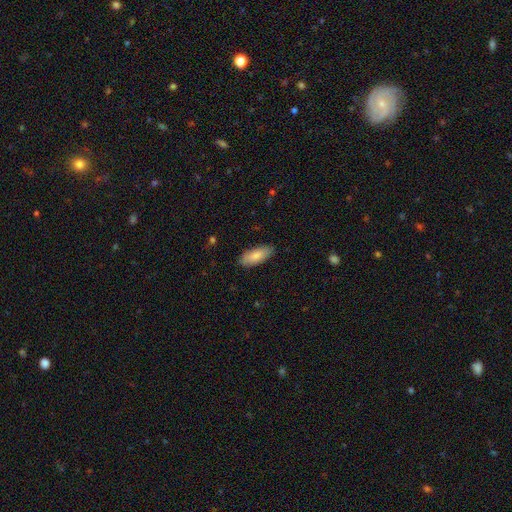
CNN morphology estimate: A smooth galaxy with no disk features (83%) that is in between round and cigar-shaped (82%).

Vote fractions:
- Smooth or featured? smooth: 83% / featured or disk: 11% / star or artifact: 6%
- How rounded? in between: 82% / cigar-shaped: 16% / round: 2%
- Merging? none: 87% / minor disturbance: 10% / major disturbance: 2% / merger: 1%